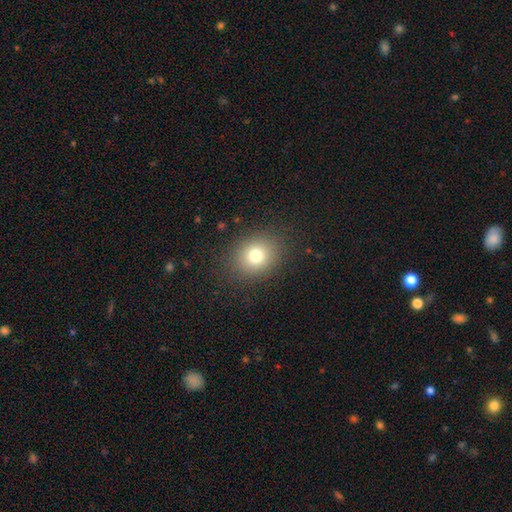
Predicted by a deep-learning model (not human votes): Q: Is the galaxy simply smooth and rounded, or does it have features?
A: smooth — 77%.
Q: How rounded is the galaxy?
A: round — 66%.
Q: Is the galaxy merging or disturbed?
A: none — 86%.